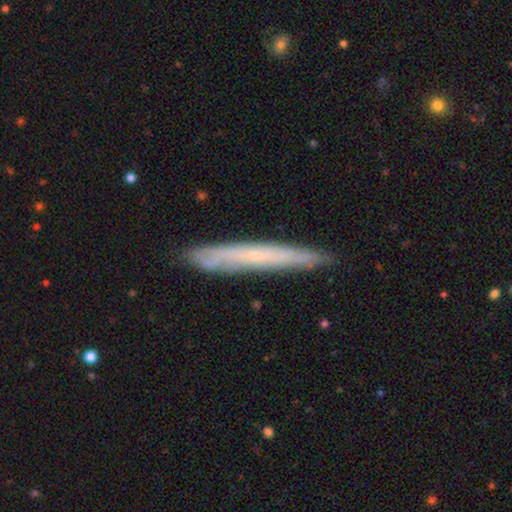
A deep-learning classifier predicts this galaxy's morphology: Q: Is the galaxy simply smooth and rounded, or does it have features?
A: featured or disk — 53%.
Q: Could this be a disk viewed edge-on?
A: yes — 86%.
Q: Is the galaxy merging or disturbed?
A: none — 86%.